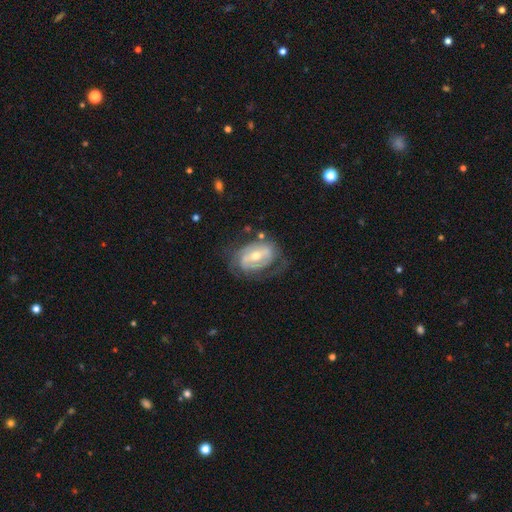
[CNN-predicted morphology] Overall: featured or disk (78%). Edge-on disk: no (95%). Bar: strong (41%; weak 38%). Spiral arms: yes (75%). Spiral arm count: 2 (54%; can't tell 26%). Spiral winding: tight (47%; medium 35%). Bulge size: moderate (62%; small 33%). Merging: none (56%; minor disturbance 23%).